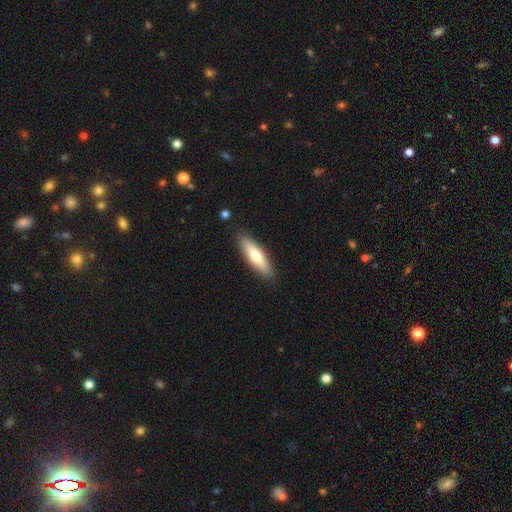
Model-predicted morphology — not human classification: Overall: smooth (70%). How rounded: cigar-shaped (63%; in between 35%). Merging: none (88%).